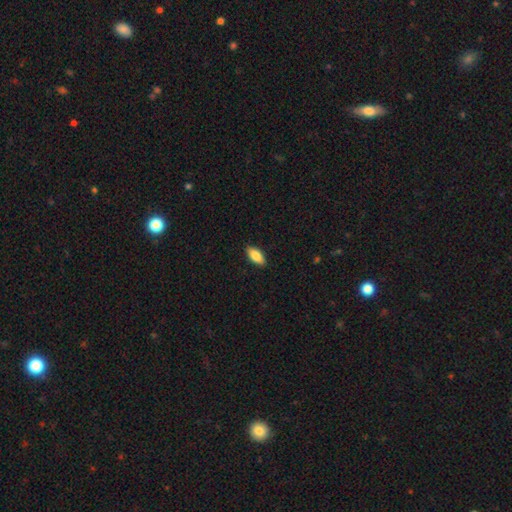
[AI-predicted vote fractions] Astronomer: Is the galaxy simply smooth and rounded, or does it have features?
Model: smooth — 84%.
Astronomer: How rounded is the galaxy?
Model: in between — 89%.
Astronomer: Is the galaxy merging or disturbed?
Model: none — 89%.